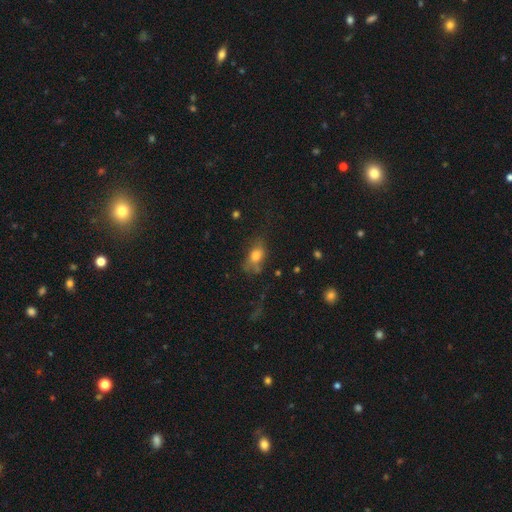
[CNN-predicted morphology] A smooth galaxy with no disk features (71%) that is in between round and cigar-shaped (80%). Merging: none (48%).